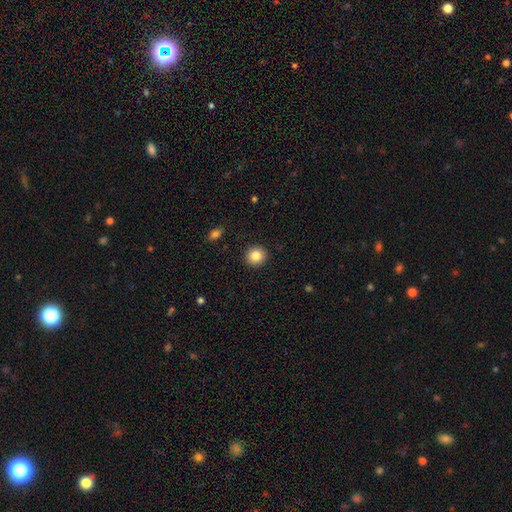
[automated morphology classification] smooth 84%, star or artifact 9%, featured or disk 6%. Down the decision tree: how rounded — round (93%); merging — none (92%).